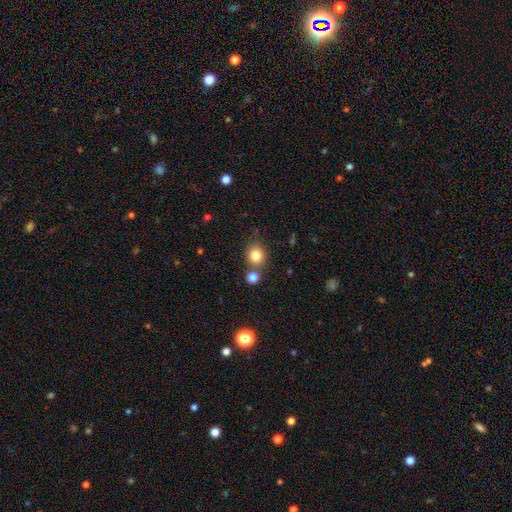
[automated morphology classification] Overall: smooth (82%). How rounded: round (81%). Merging: none (68%).